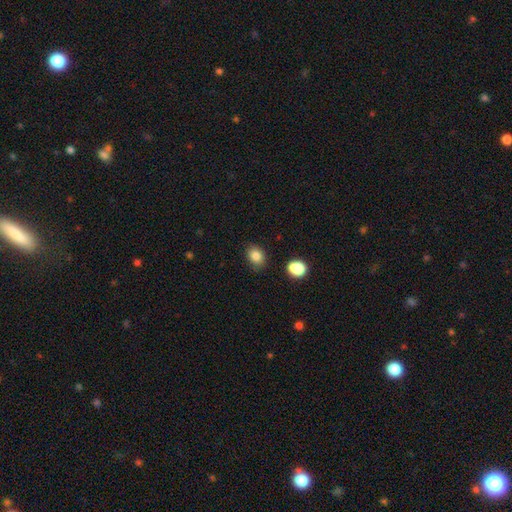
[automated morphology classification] Smooth or featured? Predicted: smooth (p=0.85). How rounded? Predicted: in between (p=0.59). Merging? Predicted: none (p=0.80).